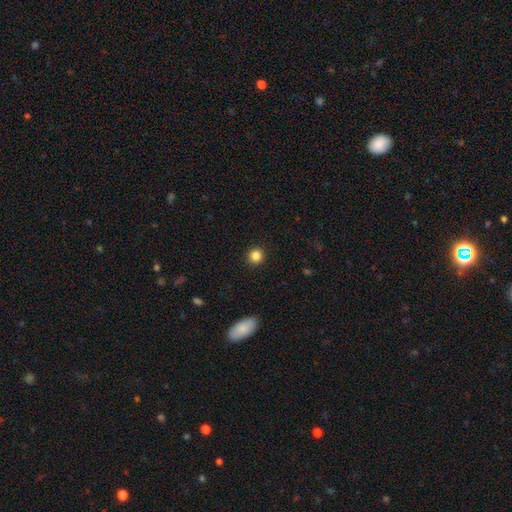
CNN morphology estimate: This is clearly a smooth galaxy (85%). How rounded: clearly round (92%). Merging: clearly none (91%).